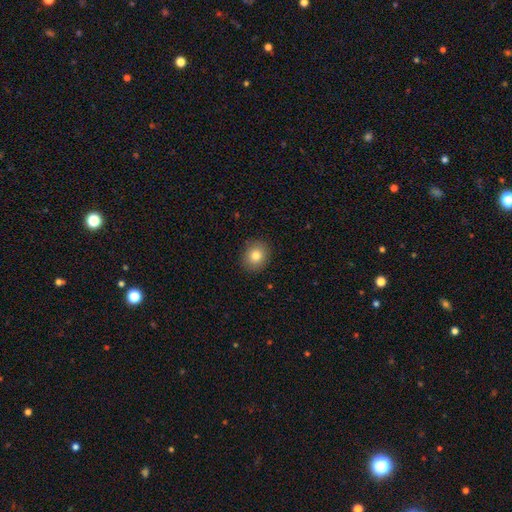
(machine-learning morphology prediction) Smooth or featured? Predicted: smooth (p=0.82). How rounded? Predicted: round (p=0.77). Merging? Predicted: none (p=0.89).